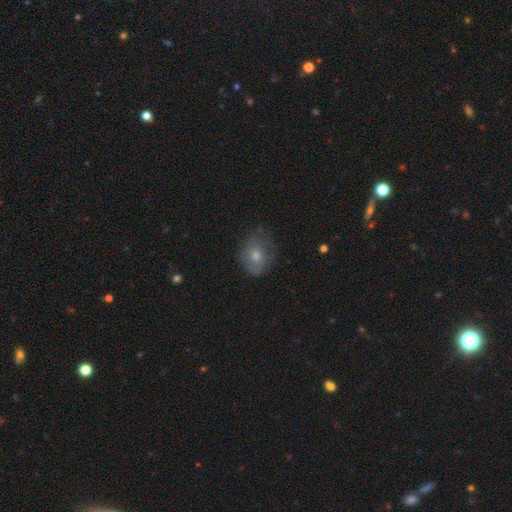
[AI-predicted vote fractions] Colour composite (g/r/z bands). It shows a smooth galaxy with no disk features (56%) that is round (51%). Merging: none (59%).